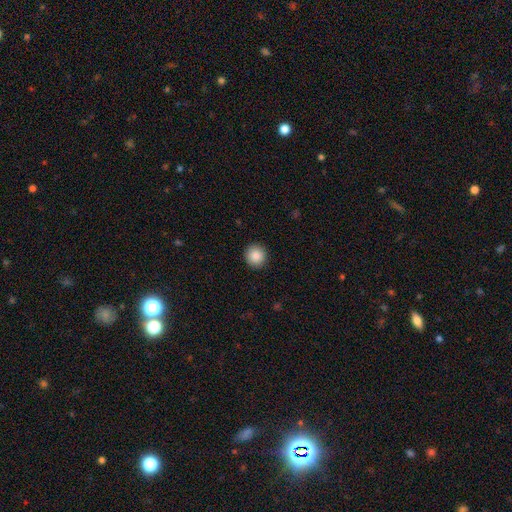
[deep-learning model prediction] A smooth galaxy with no disk features (88%) that is round (93%). Merging: none (92%).